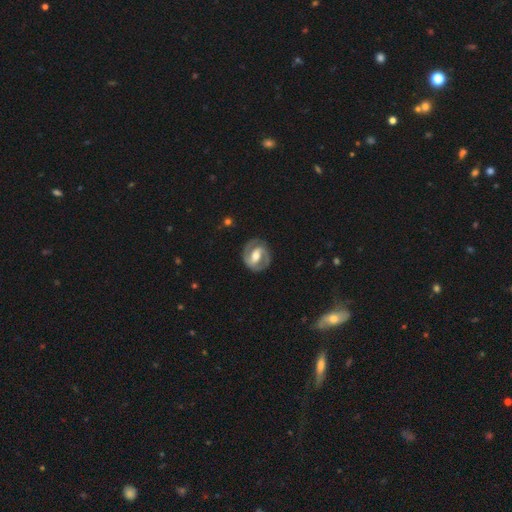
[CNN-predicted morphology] Q: Smooth or featured?
A: featured or disk (83%); runner-up: smooth (12%)
Q: Edge-on disk?
A: no (97%); runner-up: yes (3%)
Q: Bar?
A: strong (45%); runner-up: weak (39%)
Q: Spiral arms?
A: yes (90%); runner-up: no (10%)
Q: Spiral winding?
A: medium (45%); tied with: tight (45%)
Q: Spiral arm count?
A: 2 (90%); runner-up: can't tell (4%)
Q: Bulge size?
A: moderate (67%); runner-up: small (17%)
Q: Merging?
A: none (83%); runner-up: minor disturbance (11%)